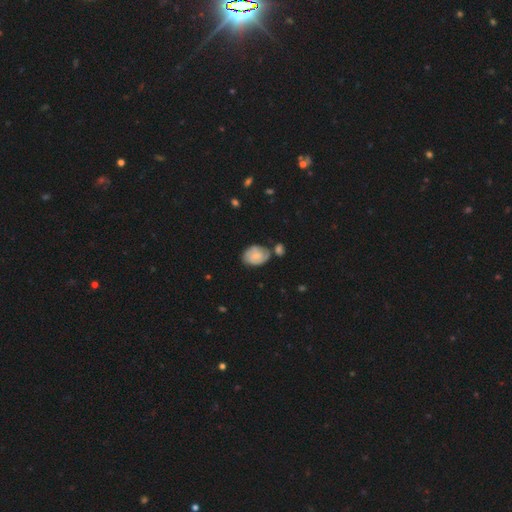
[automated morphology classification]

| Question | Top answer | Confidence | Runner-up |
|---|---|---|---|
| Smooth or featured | featured or disk | 47% | smooth (46%) |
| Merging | none | 55% | minor disturbance (23%) |